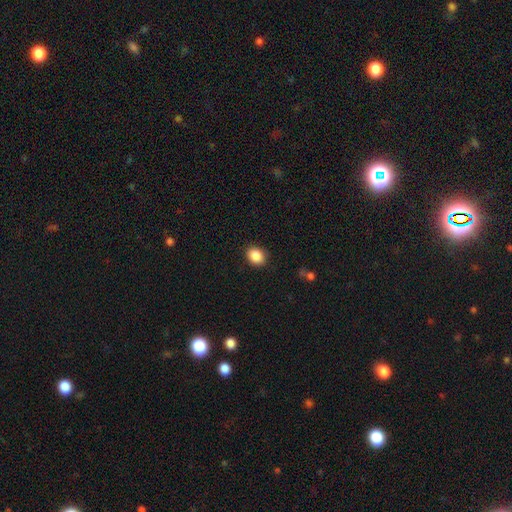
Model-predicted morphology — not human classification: Smooth or featured?
  - smooth: 88% *
  - star or artifact: 8%
  - featured or disk: 4%
How rounded?
  - round: 50% *
  - in between: 49%
  - cigar-shaped: 1%
Merging?
  - none: 89% *
  - minor disturbance: 8%
  - major disturbance: 2%
  - merger: 1%